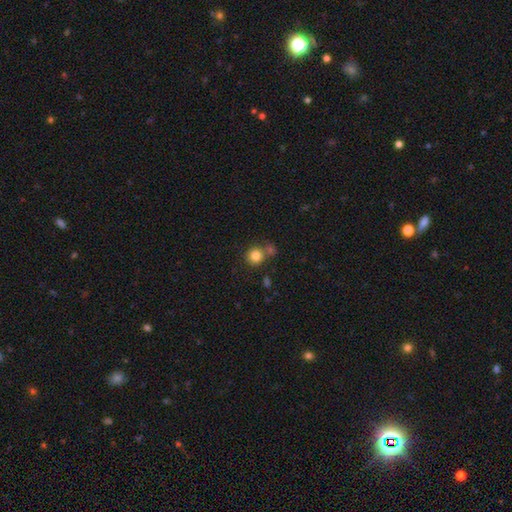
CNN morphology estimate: Q: Smooth or featured?
A: smooth (83%); runner-up: star or artifact (11%)
Q: How rounded?
A: round (90%); runner-up: in between (9%)
Q: Merging?
A: none (68%); runner-up: merger (19%)